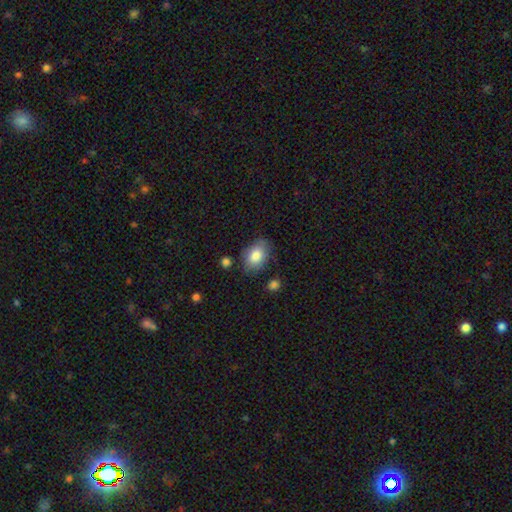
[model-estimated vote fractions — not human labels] smooth_or_featured: smooth (p=0.82) [alt: featured or disk p=0.11]
how_rounded: in between (p=0.83) [alt: round p=0.16]
merging: none (p=0.73) [alt: minor disturbance p=0.19]